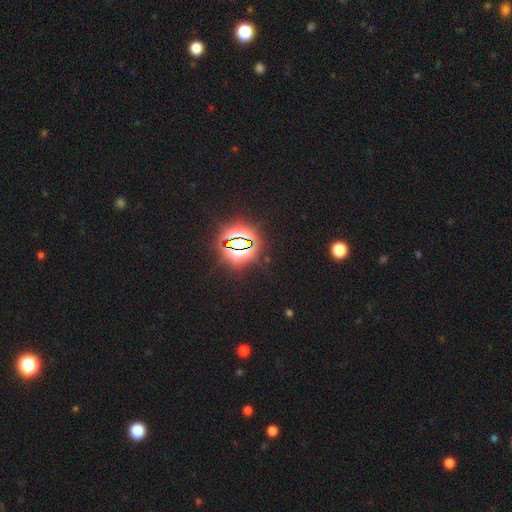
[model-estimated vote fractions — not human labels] This appears to be a star or artifact, not a galaxy (84%).